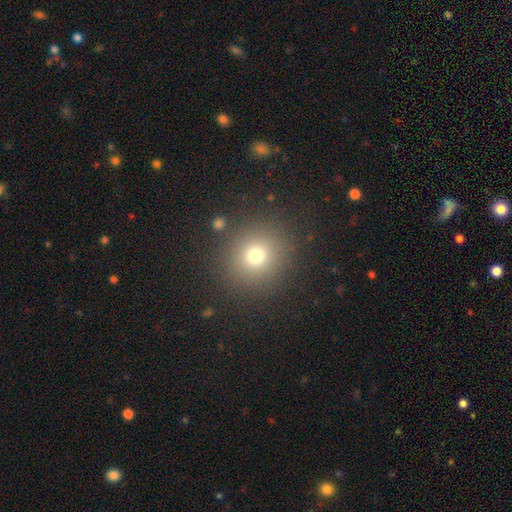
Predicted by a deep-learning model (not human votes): smooth_or_featured: smooth (p=0.73) [alt: star or artifact p=0.17]
how_rounded: round (p=0.89) [alt: in between p=0.10]
merging: none (p=0.87) [alt: minor disturbance p=0.07]